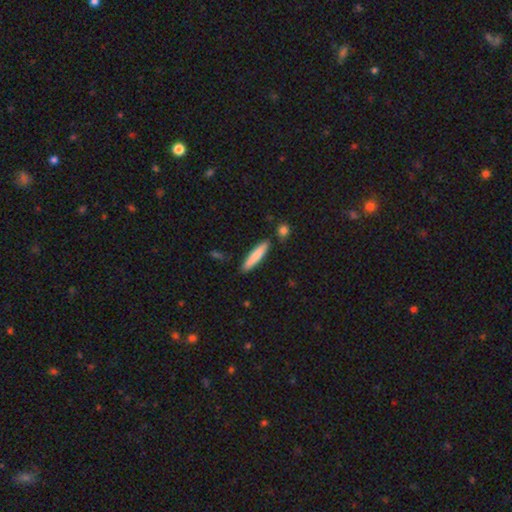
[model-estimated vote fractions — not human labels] This is likely a smooth galaxy (78%). How rounded: clearly cigar-shaped (90%). Merging: clearly none (86%).